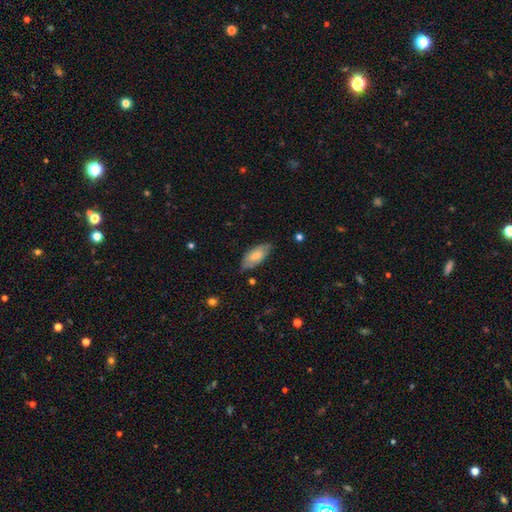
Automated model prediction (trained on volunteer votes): Smooth or featured? Predicted: smooth (p=0.68). How rounded? Predicted: in between (p=0.89). Merging? Predicted: none (p=0.74).